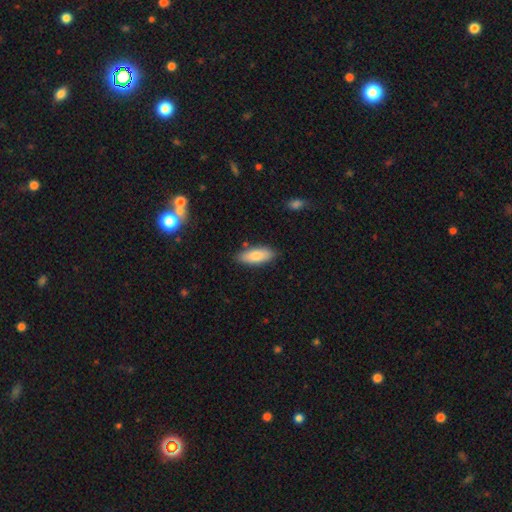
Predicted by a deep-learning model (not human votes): Smooth or featured? smooth (80%)
How rounded? in between (75%)
Merging? none (84%)